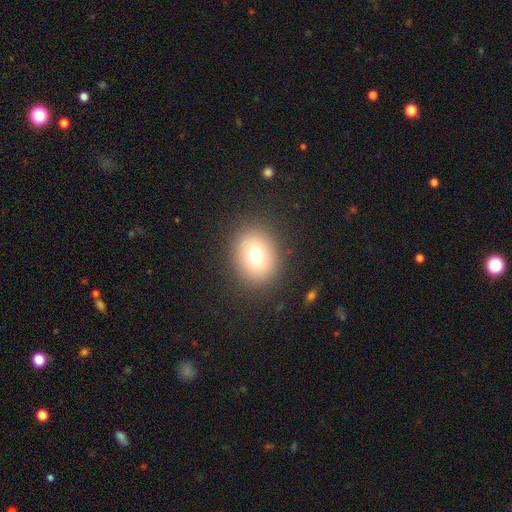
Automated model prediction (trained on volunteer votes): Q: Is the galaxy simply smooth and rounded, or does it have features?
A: smooth — 71%.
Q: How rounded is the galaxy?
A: round — 60%.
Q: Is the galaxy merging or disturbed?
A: none — 87%.